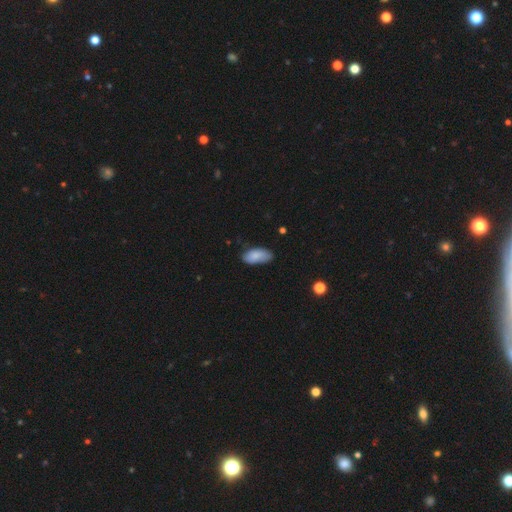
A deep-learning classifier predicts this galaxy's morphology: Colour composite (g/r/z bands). It shows a smooth galaxy with no disk features (84%) that is in between round and cigar-shaped (92%). Merging: none (66%).